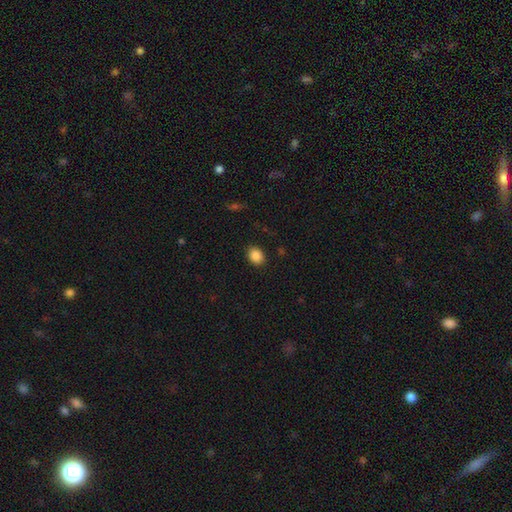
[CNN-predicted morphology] Q: Smooth or featured?
A: smooth (87%); runner-up: star or artifact (9%)
Q: How rounded?
A: in between (56%); runner-up: round (44%)
Q: Merging?
A: none (89%); runner-up: minor disturbance (8%)